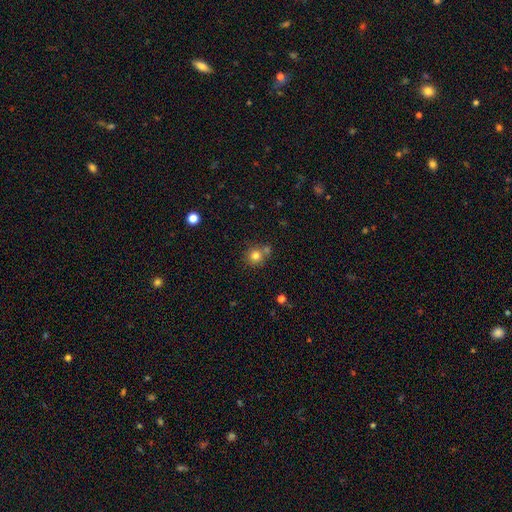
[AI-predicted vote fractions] Smooth or featured?
  - smooth: 79% *
  - star or artifact: 13%
  - featured or disk: 8%
How rounded?
  - round: 89% *
  - in between: 10%
  - cigar-shaped: 1%
Merging?
  - none: 66% *
  - merger: 21%
  - minor disturbance: 10%
  - major disturbance: 3%